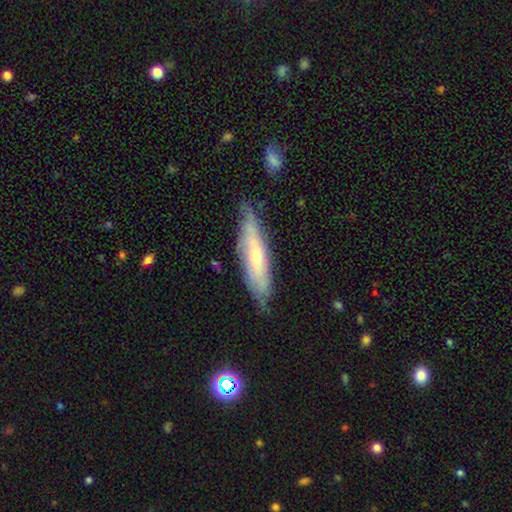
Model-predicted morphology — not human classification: This appears to be a featured or disk galaxy (55%) viewed edge-on (51%). Merging: none (70%).